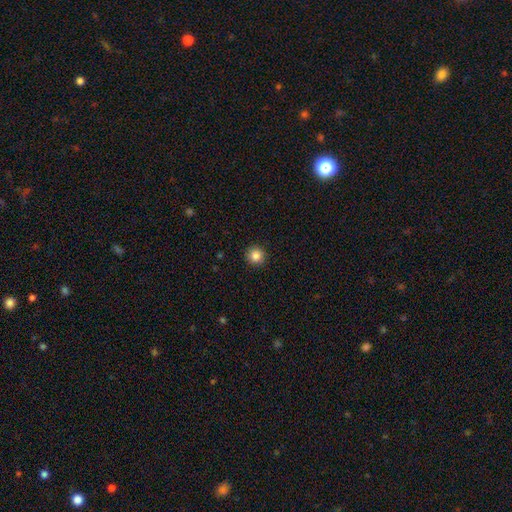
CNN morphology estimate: A smooth galaxy with no disk features (86%) that is round (94%). Merging: none (92%).